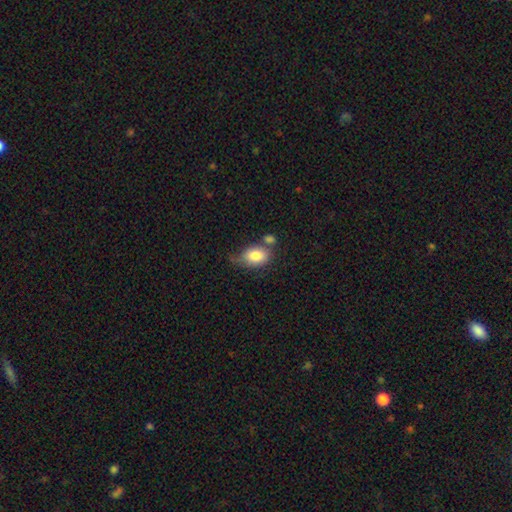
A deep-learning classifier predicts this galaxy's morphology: Q: Smooth or featured?
A: smooth (80%); runner-up: featured or disk (12%)
Q: How rounded?
A: in between (83%); runner-up: round (16%)
Q: Merging?
A: none (39%); runner-up: minor disturbance (25%)